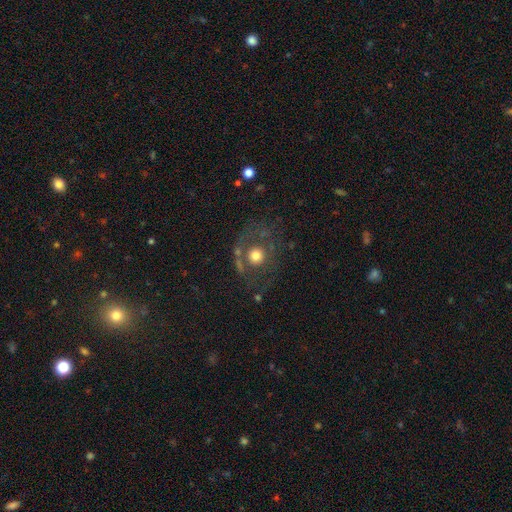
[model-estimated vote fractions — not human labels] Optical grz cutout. It shows a smooth galaxy with no disk features (50%) that is round (83%). Merging: none (59%).